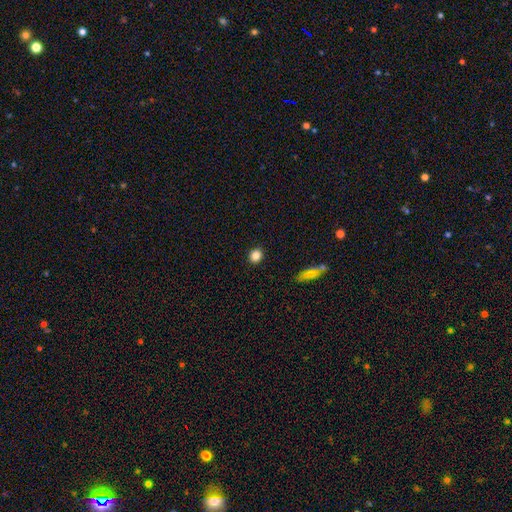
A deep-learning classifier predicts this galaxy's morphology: The model was most divided on "how rounded": round: 74%, in between: 24%, cigar-shaped: 1%. More confident: merging — none (91%); smooth or featured — smooth (85%).